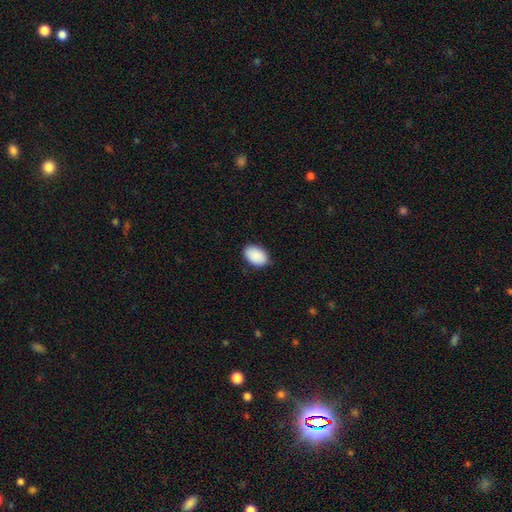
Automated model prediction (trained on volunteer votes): smooth-or-featured: smooth: 91% | star or artifact: 6% | featured or disk: 3%
  how-rounded: in between: 89% | round: 10% | cigar-shaped: 1%
  merging: none: 85% | minor disturbance: 12% | major disturbance: 2% | merger: 1%